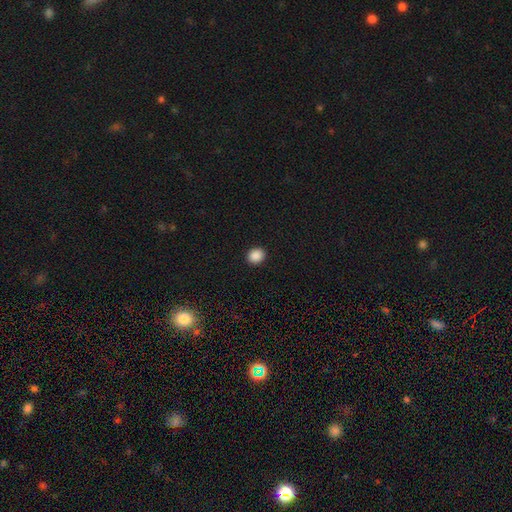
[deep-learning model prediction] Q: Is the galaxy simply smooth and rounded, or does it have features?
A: smooth — 88%.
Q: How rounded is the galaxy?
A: round — 68%.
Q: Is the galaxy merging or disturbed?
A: none — 91%.